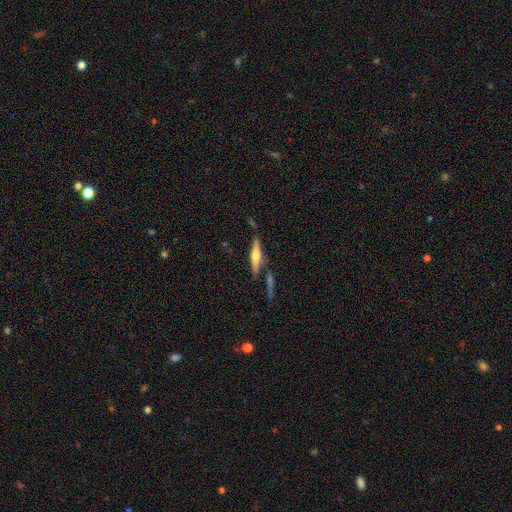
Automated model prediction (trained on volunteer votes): Smooth or featured?
  - featured or disk: 66% *
  - smooth: 27%
  - star or artifact: 7%
Edge-on disk?
  - yes: 96% *
  - no: 4%
Edge-on bulge?
  - rounded: 88% *
  - boxy: 7%
  - none: 4%
Merging?
  - none: 74% *
  - minor disturbance: 13%
  - merger: 10%
  - major disturbance: 4%